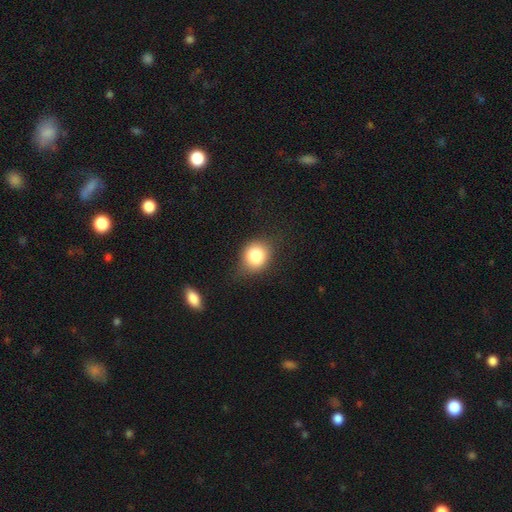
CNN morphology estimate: smooth-or-featured: smooth: 82% | star or artifact: 9% | featured or disk: 9%
  how-rounded: round: 70% | in between: 29% | cigar-shaped: 1%
  merging: none: 70% | minor disturbance: 21% | major disturbance: 6% | merger: 2%